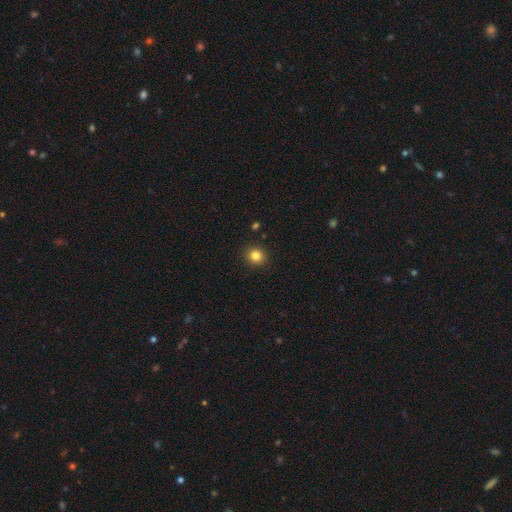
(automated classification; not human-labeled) This is clearly a smooth galaxy (83%). How rounded: clearly round (87%). Merging: clearly none (91%).